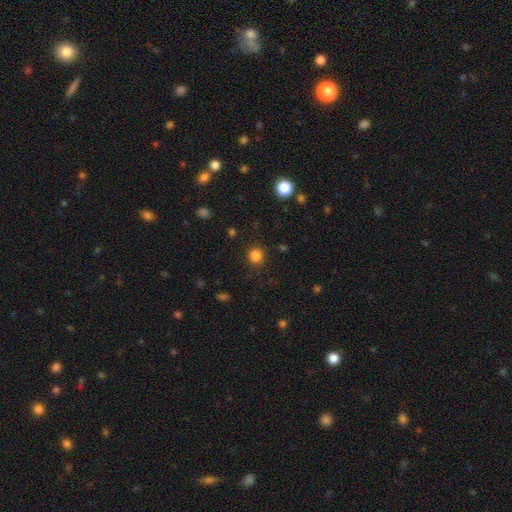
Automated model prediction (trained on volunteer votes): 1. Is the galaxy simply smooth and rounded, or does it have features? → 83% smooth, 13% star or artifact, 4% featured or disk.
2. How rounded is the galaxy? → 91% round, 8% in between, 1% cigar-shaped.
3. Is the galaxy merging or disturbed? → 89% none, 7% minor disturbance, 3% major disturbance, 1% merger.